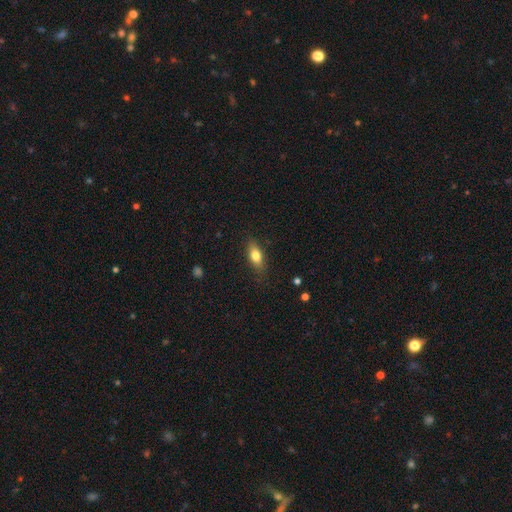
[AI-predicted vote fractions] Q: Smooth or featured?
A: smooth (76%); runner-up: featured or disk (16%)
Q: How rounded?
A: in between (77%); runner-up: cigar-shaped (18%)
Q: Merging?
A: none (82%); runner-up: minor disturbance (13%)